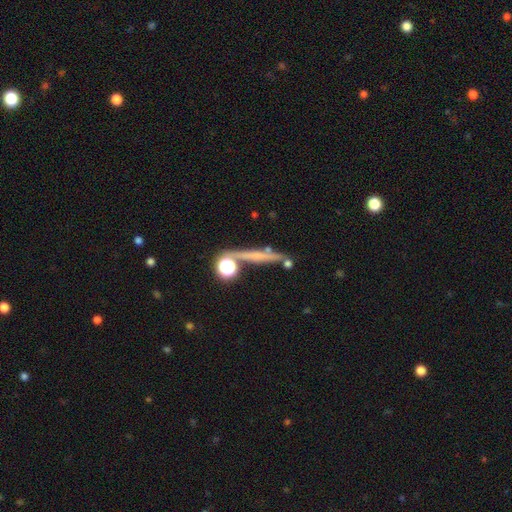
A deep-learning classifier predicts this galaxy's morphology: Overall: featured or disk (43%; smooth 37%). Merging: none (66%).